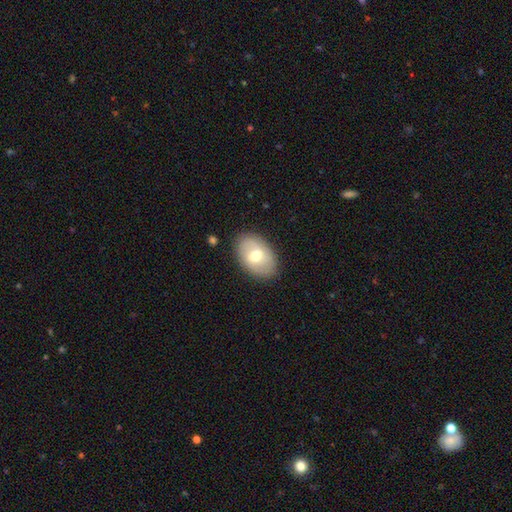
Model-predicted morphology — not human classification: Overall: smooth (58%; featured or disk 35%). How rounded: in between (85%). Merging: none (84%).